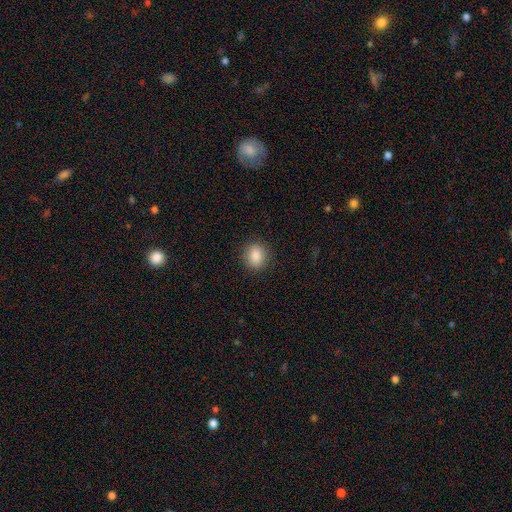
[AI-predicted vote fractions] The model was most divided on "how rounded": round: 67%, in between: 32%, cigar-shaped: 1%. More confident: merging — none (89%); smooth or featured — smooth (87%).